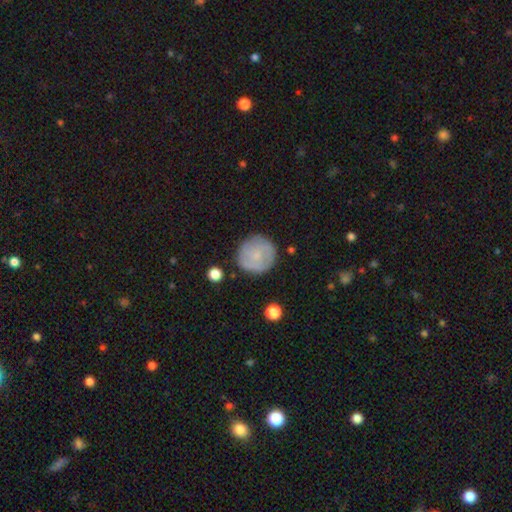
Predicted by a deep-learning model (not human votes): smooth 63%, featured or disk 30%, star or artifact 7%. Down the decision tree: how rounded — round (93%); merging — none (83%).